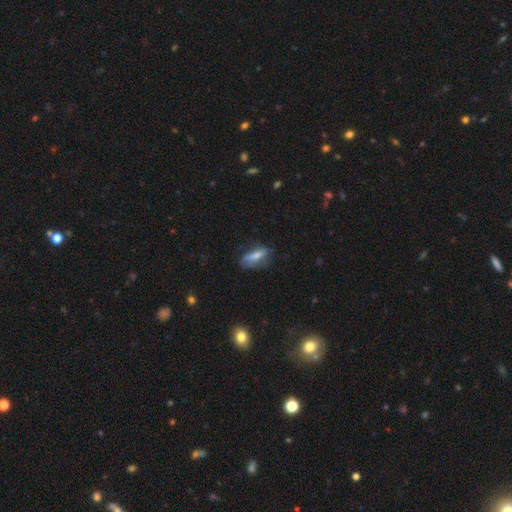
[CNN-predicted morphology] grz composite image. It shows a smooth galaxy with no disk features (66%) that is in between round and cigar-shaped (58%). Merging: none (53%).